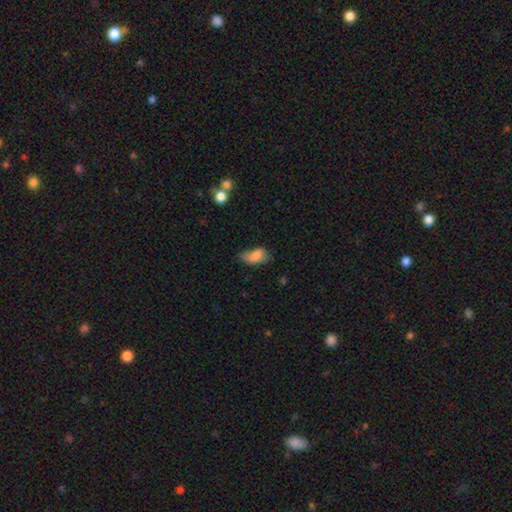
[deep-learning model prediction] smooth 80%, featured or disk 12%, star or artifact 8%. Down the decision tree: how rounded — in between (91%); merging — none (42%).